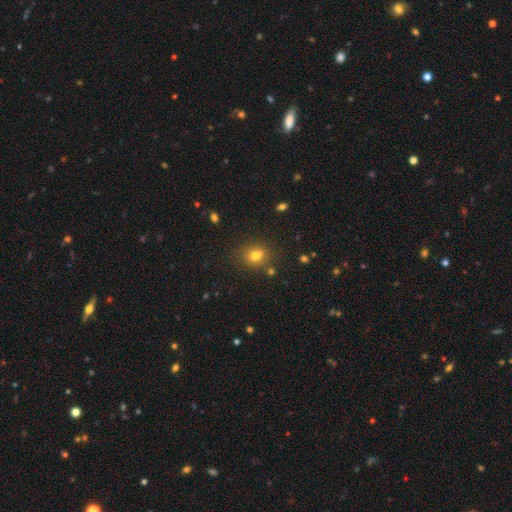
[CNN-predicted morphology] type=smooth (76%); roundness=round (71%); merging=none (79%).